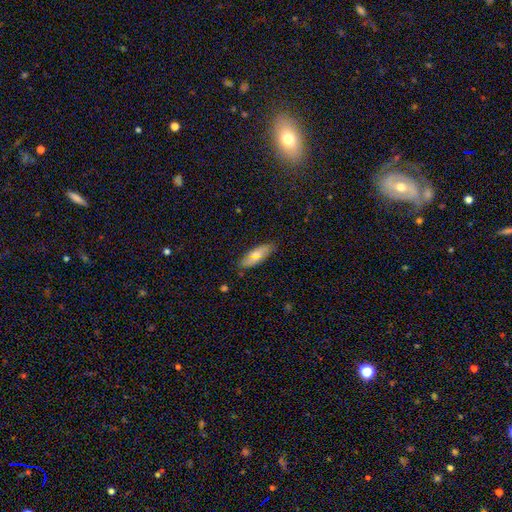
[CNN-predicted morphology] The model was most divided on "how rounded": in between: 59%, cigar-shaped: 39%, round: 2%. More confident: merging — none (82%); smooth or featured — smooth (67%).